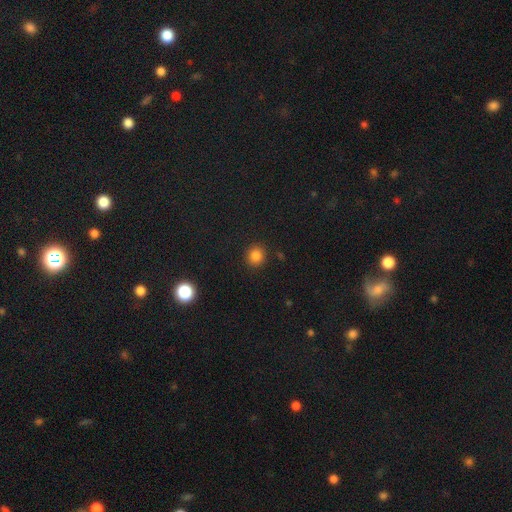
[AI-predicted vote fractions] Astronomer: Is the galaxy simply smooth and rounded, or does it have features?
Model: smooth — 83%.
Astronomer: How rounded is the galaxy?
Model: round — 87%.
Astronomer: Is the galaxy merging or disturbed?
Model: none — 90%.